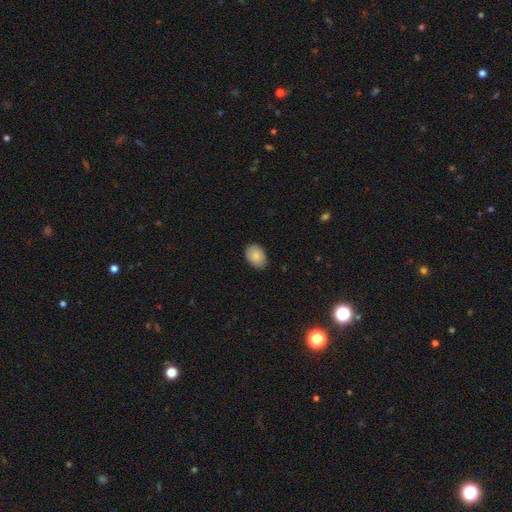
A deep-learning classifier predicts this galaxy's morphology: type=smooth (85%); roundness=in between (77%); merging=none (84%).